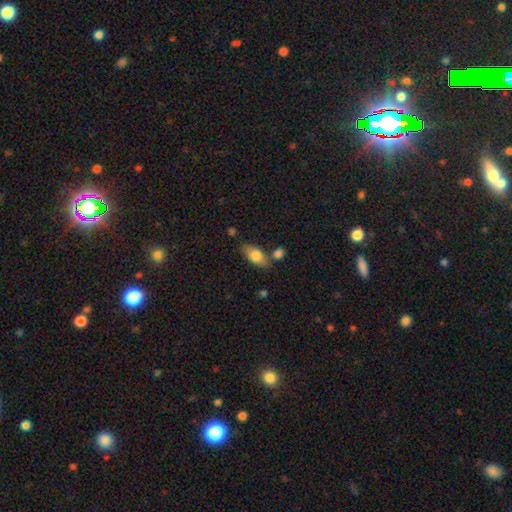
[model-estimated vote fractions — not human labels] smooth_or_featured: smooth (p=0.74) [alt: featured or disk p=0.19]
how_rounded: in between (p=0.84) [alt: cigar-shaped p=0.11]
merging: none (p=0.72) [alt: minor disturbance p=0.14]